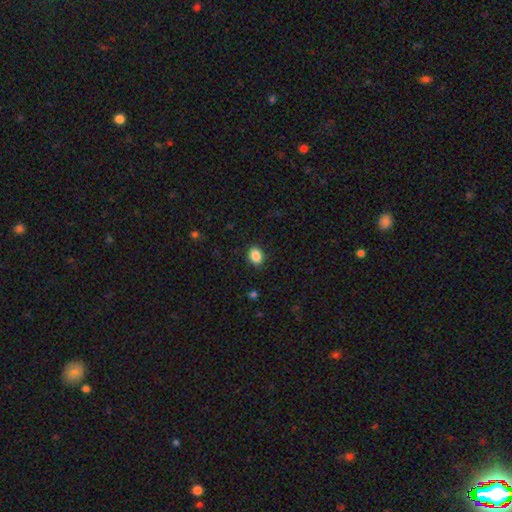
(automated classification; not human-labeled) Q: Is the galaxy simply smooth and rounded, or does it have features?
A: smooth — 88%.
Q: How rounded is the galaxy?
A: in between — 65%.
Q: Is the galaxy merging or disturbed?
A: none — 89%.